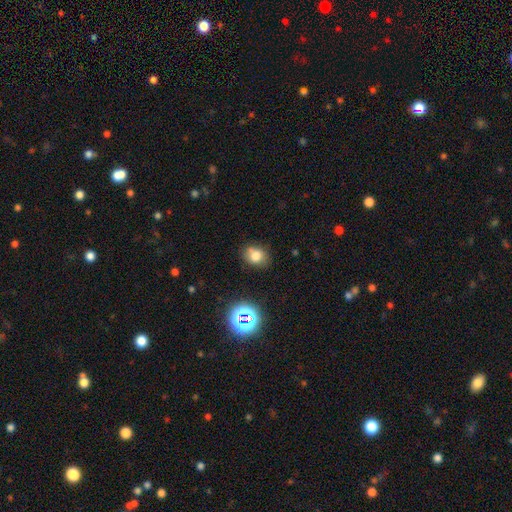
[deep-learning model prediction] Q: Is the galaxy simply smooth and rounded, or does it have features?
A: smooth — 75%.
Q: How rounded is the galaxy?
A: in between — 53%.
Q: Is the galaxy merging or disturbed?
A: none — 76%.